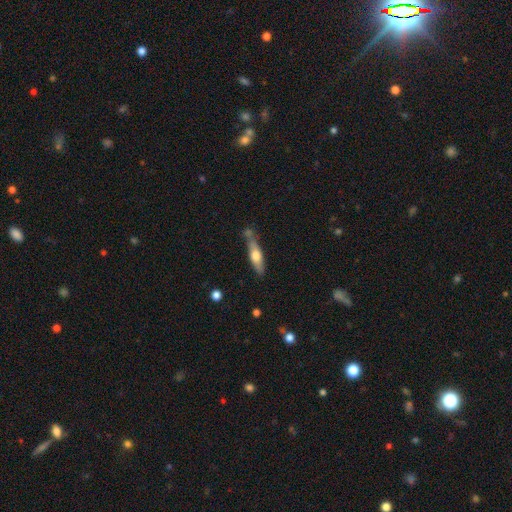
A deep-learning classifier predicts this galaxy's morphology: smooth-or-featured: smooth: 53% | featured or disk: 41% | star or artifact: 6%
  how-rounded: cigar-shaped: 72% | in between: 25% | round: 2%
  merging: none: 61% | minor disturbance: 21% | merger: 12% | major disturbance: 5%